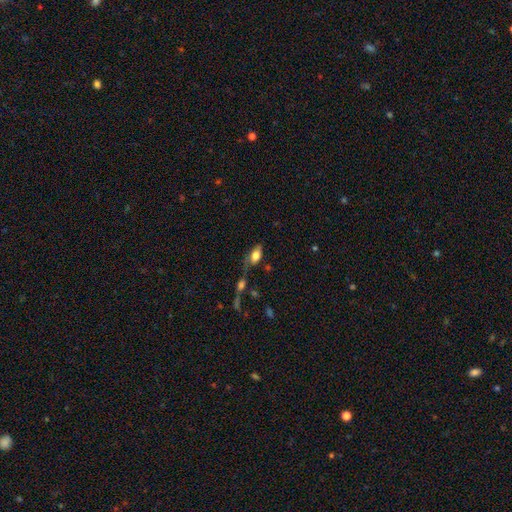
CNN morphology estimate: A smooth galaxy with no disk features (73%) that is in between round and cigar-shaped (88%).

Vote fractions:
- Smooth or featured? smooth: 73% / featured or disk: 18% / star or artifact: 9%
- How rounded? in between: 88% / cigar-shaped: 7% / round: 5%
- Merging? none: 44% / merger: 23% / minor disturbance: 20% / major disturbance: 13%